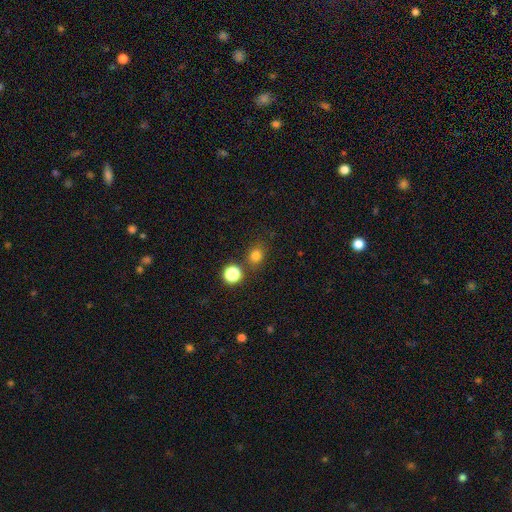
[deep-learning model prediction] smooth-or-featured: smooth: 79% | star or artifact: 16% | featured or disk: 5%
  how-rounded: round: 75% | in between: 24% | cigar-shaped: 1%
  merging: none: 76% | minor disturbance: 11% | merger: 10% | major disturbance: 4%